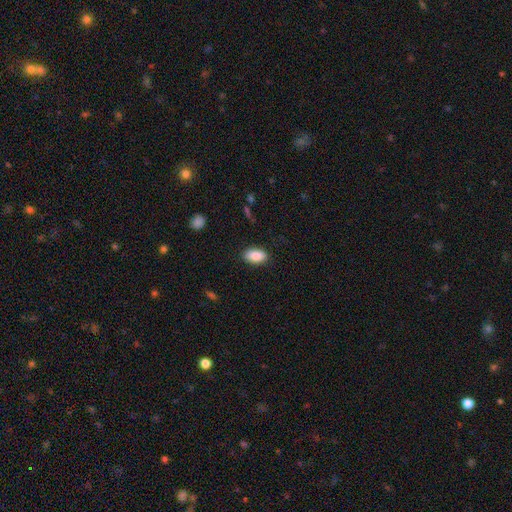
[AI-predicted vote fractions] smooth 89%, star or artifact 7%, featured or disk 5%. Down the decision tree: how rounded — in between (93%); merging — none (87%).